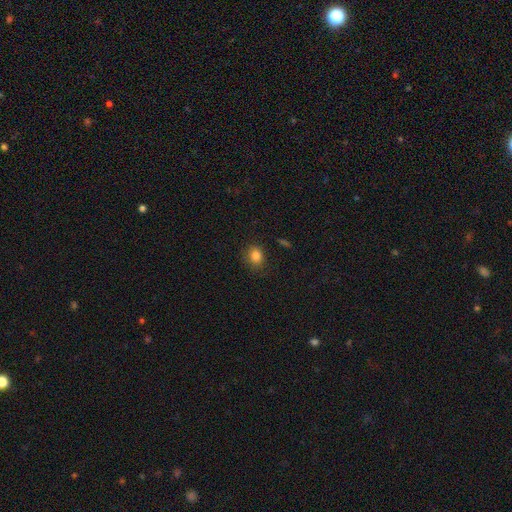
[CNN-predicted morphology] Smooth or featured: smooth — 83% (star or artifact — 11%)
How rounded: round — 64% (in between — 35%)
Merging: none — 82% (minor disturbance — 13%)